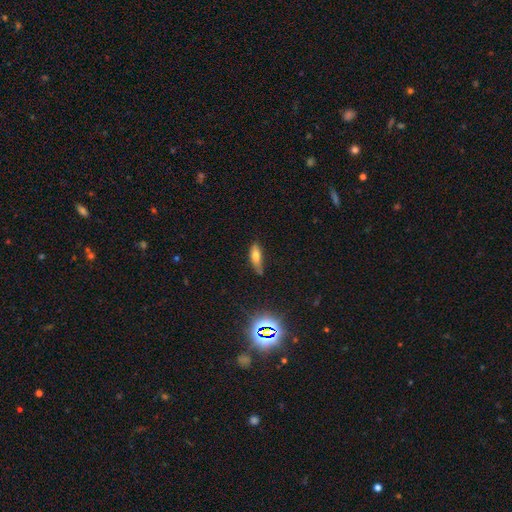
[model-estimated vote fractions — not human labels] smooth-or-featured: smooth: 68% | featured or disk: 20% | star or artifact: 12%
  how-rounded: in between: 54% | cigar-shaped: 43% | round: 3%
  merging: none: 59% | minor disturbance: 30% | major disturbance: 8% | merger: 4%